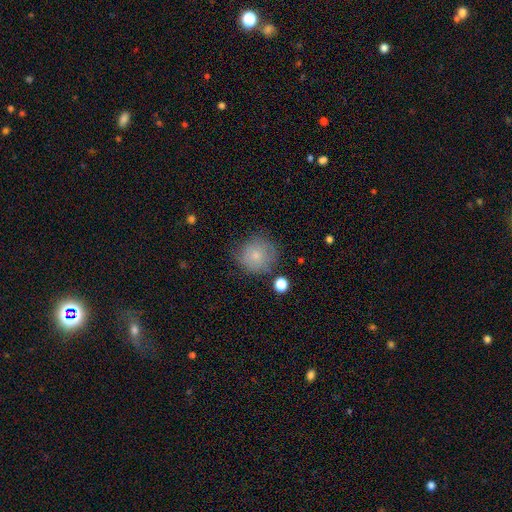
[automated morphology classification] smooth-or-featured: smooth: 75% | featured or disk: 16% | star or artifact: 9%
  how-rounded: round: 90% | in between: 9% | cigar-shaped: 1%
  merging: none: 66% | minor disturbance: 23% | major disturbance: 8% | merger: 4%